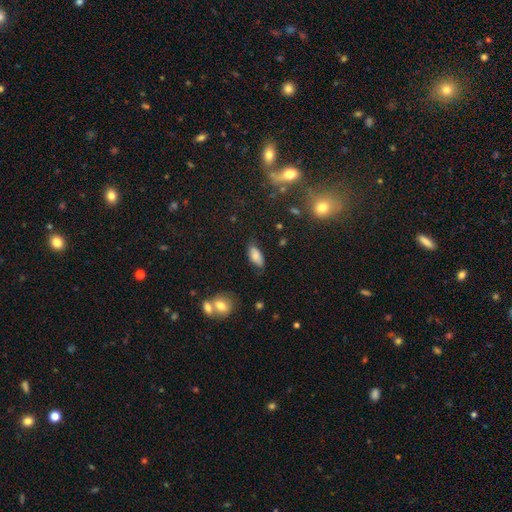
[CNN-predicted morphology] Smooth or featured? smooth (78%)
How rounded? in between (89%)
Merging? none (73%)